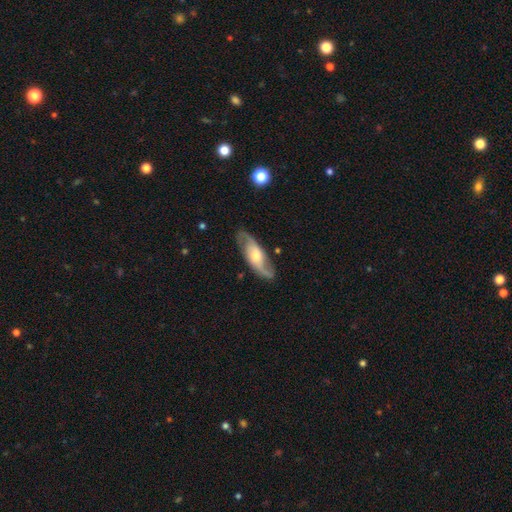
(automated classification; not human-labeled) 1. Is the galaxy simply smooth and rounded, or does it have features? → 79% featured or disk, 16% smooth, 5% star or artifact.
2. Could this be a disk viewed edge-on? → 88% no, 12% yes.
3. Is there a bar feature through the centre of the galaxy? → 54% no, 36% weak, 10% strong.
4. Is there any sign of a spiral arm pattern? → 94% yes, 6% no.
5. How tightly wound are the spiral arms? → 43% medium, 41% loose, 16% tight.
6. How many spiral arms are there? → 90% 2, 5% can't tell, 2% 1, 1% 3, 1% 4, 1% more than 4.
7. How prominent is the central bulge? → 58% moderate, 25% small, 13% large, 3% none, 1% dominant.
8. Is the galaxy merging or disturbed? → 82% none, 13% minor disturbance, 4% major disturbance, 1% merger.